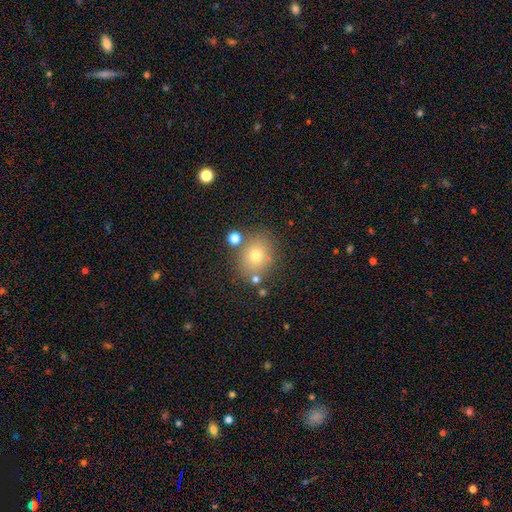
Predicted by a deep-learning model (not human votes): Q: Smooth or featured?
A: smooth (72%); runner-up: star or artifact (14%)
Q: How rounded?
A: round (67%); runner-up: in between (32%)
Q: Merging?
A: none (75%); runner-up: minor disturbance (12%)